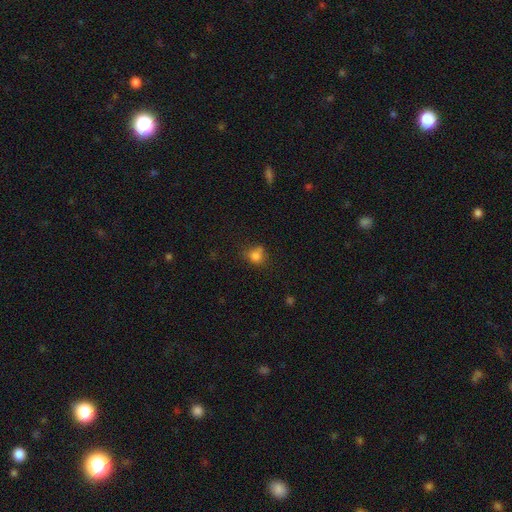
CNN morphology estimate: Smooth or featured? smooth (78%)
How rounded? round (66%)
Merging? none (55%)